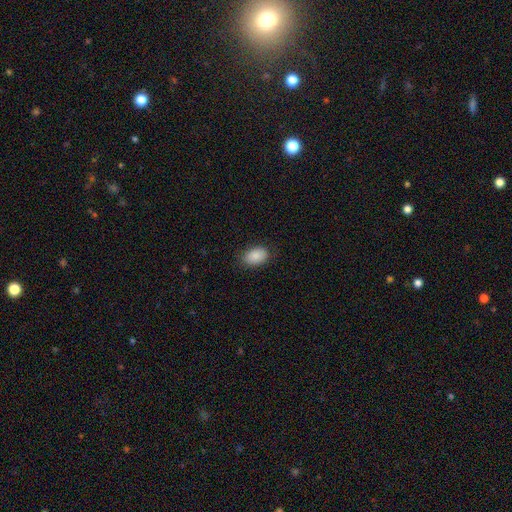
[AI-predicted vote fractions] Morphology: type=smooth (89%); roundness=in between (88%); merging=none (83%).